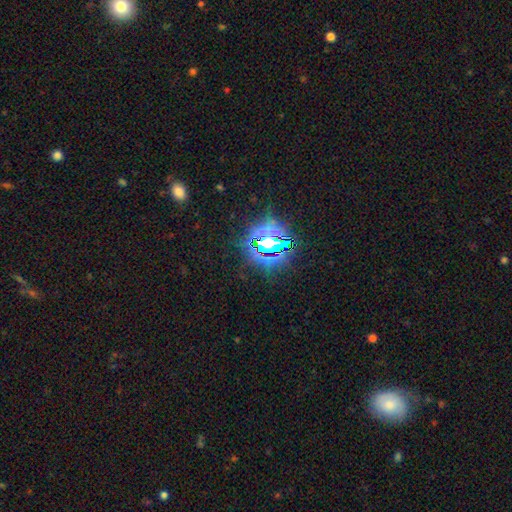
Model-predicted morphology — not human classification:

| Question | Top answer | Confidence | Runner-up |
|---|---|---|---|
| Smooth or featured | star or artifact | 81% | smooth (11%) |